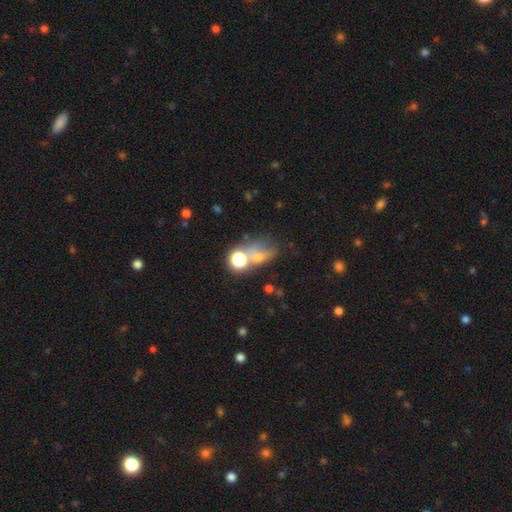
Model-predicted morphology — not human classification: Smooth or featured? smooth (55%)
How rounded? in between (52%)
Merging? none (34%)